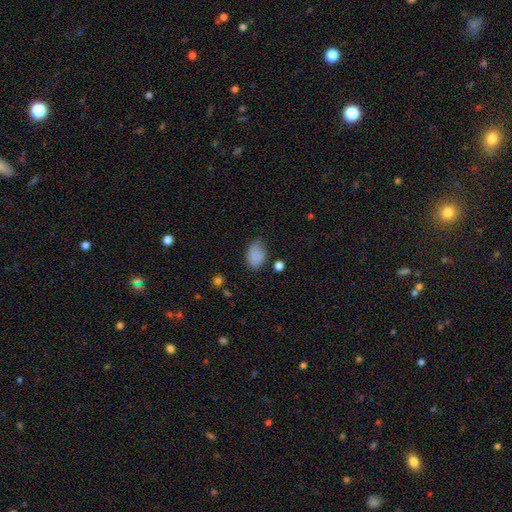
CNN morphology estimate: Overall: smooth (85%). How rounded: in between (84%). Merging: none (58%; minor disturbance 31%).